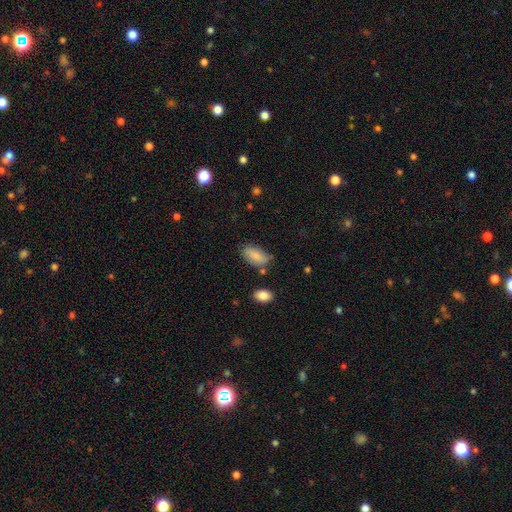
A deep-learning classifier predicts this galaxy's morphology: Smooth or featured?
  - smooth: 82% *
  - featured or disk: 11%
  - star or artifact: 7%
How rounded?
  - in between: 91% *
  - cigar-shaped: 6%
  - round: 3%
Merging?
  - none: 68% *
  - minor disturbance: 23%
  - merger: 5%
  - major disturbance: 5%